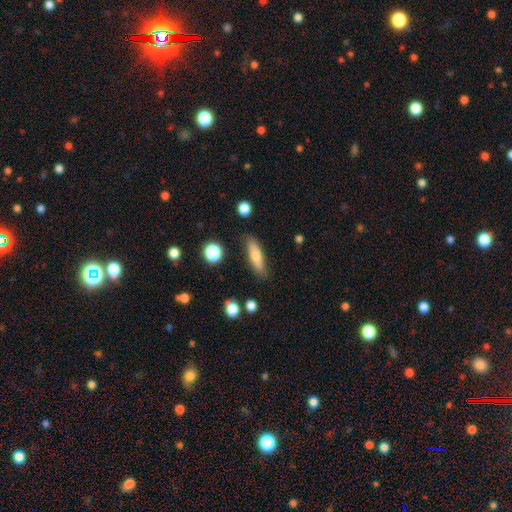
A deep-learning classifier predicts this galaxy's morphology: A smooth galaxy with no disk features (62%) that is cigar-shaped (66%).

Vote fractions:
- Smooth or featured? smooth: 62% / featured or disk: 30% / star or artifact: 8%
- How rounded? cigar-shaped: 66% / in between: 31% / round: 3%
- Merging? none: 85% / minor disturbance: 11% / major disturbance: 2% / merger: 2%